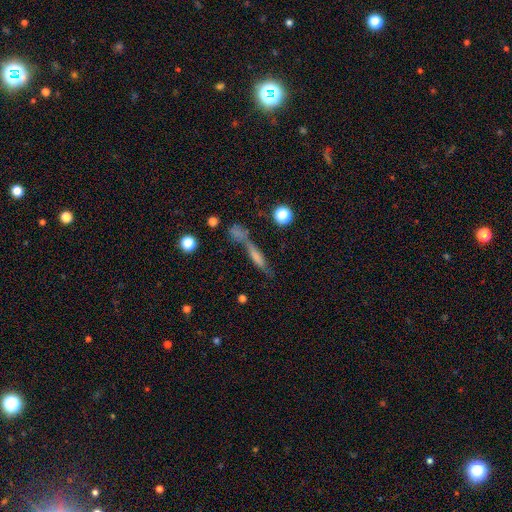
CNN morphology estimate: A smooth galaxy with no disk features (43%). Merging: none (49%).